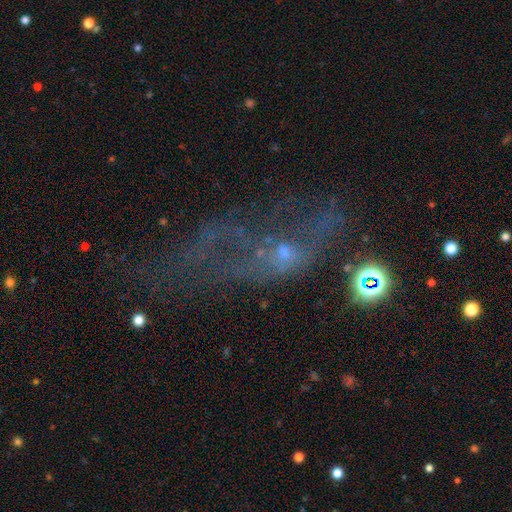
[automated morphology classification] This is marginally a featured or disk galaxy (44%). Merging: marginally major disturbance (42%).